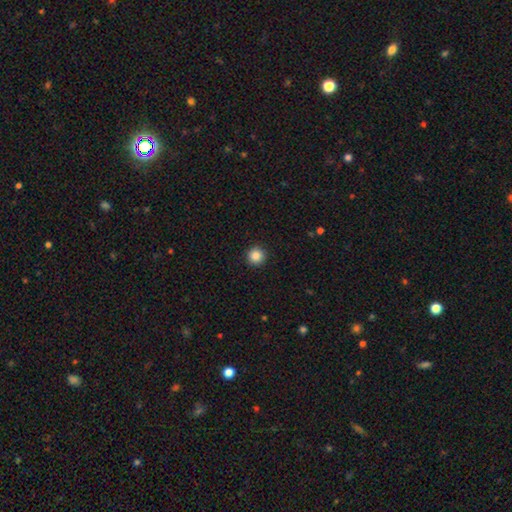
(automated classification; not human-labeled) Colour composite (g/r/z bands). It shows a smooth galaxy with no disk features (87%) that is round (96%). Merging: none (93%).